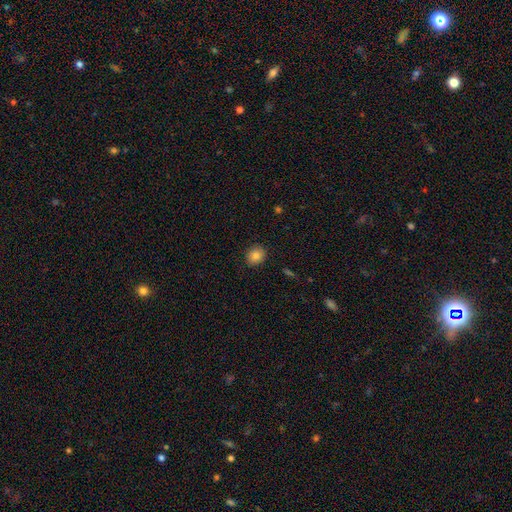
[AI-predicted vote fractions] A smooth galaxy with no disk features (84%) that is round (76%).

Vote fractions:
- Smooth or featured? smooth: 84% / star or artifact: 10% / featured or disk: 6%
- How rounded? round: 76% / in between: 23% / cigar-shaped: 1%
- Merging? none: 89% / minor disturbance: 8% / major disturbance: 2% / merger: 1%